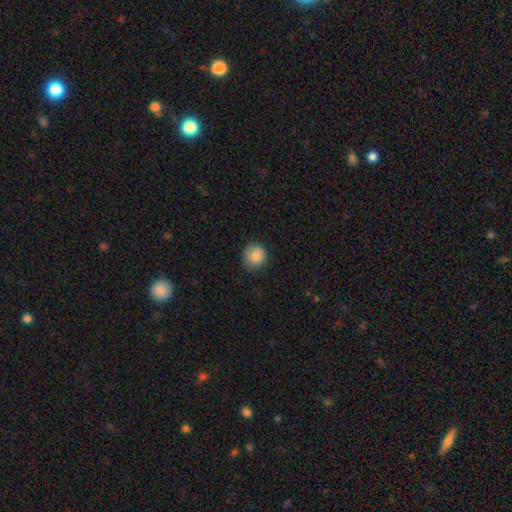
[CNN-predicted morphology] A smooth galaxy with no disk features (87%) that is round (87%).

Vote fractions:
- Smooth or featured? smooth: 87% / star or artifact: 8% / featured or disk: 5%
- How rounded? round: 87% / in between: 12% / cigar-shaped: 1%
- Merging? none: 75% / minor disturbance: 20% / major disturbance: 4% / merger: 1%